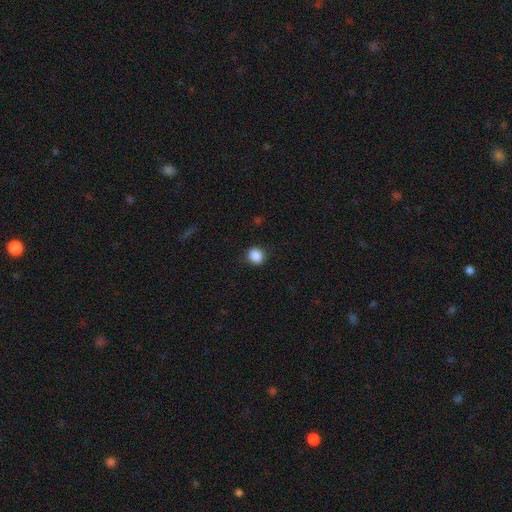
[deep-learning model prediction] Smooth or featured?
  - smooth: 88% *
  - star or artifact: 9%
  - featured or disk: 3%
How rounded?
  - round: 68% *
  - in between: 31%
  - cigar-shaped: 1%
Merging?
  - none: 87% *
  - minor disturbance: 9%
  - major disturbance: 3%
  - merger: 1%